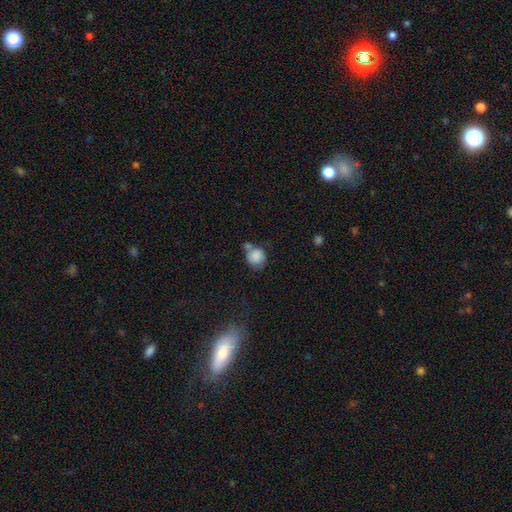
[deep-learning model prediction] Q: Smooth or featured?
A: smooth (83%); runner-up: star or artifact (9%)
Q: How rounded?
A: round (84%); runner-up: in between (15%)
Q: Merging?
A: none (46%); runner-up: merger (28%)